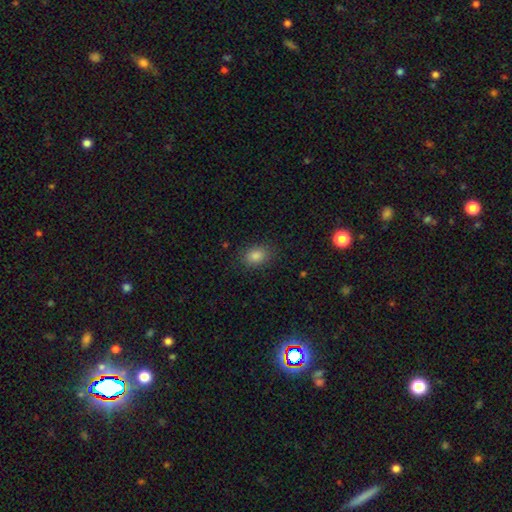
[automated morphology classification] The model was most divided on "how rounded": in between: 72%, round: 26%, cigar-shaped: 1%. More confident: merging — none (85%); smooth or featured — smooth (83%).